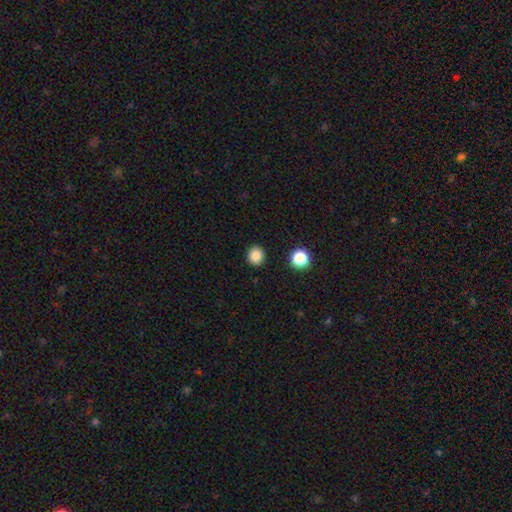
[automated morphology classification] A smooth galaxy with no disk features (85%) that is round (85%).

Vote fractions:
- Smooth or featured? smooth: 85% / star or artifact: 11% / featured or disk: 4%
- How rounded? round: 85% / in between: 14% / cigar-shaped: 1%
- Merging? none: 91% / minor disturbance: 6% / major disturbance: 2% / merger: 2%